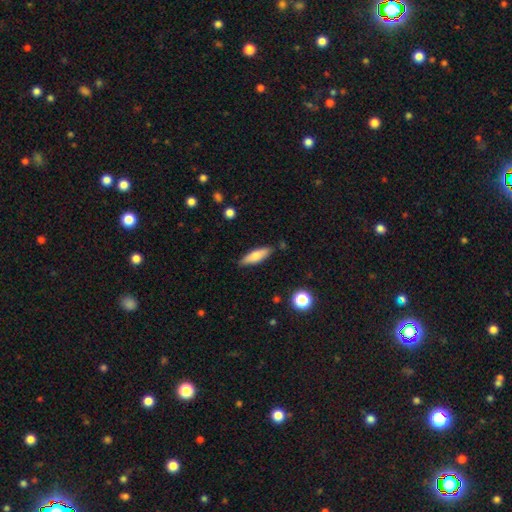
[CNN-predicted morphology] Overall: smooth (73%). How rounded: cigar-shaped (53%; in between 45%). Merging: none (85%).